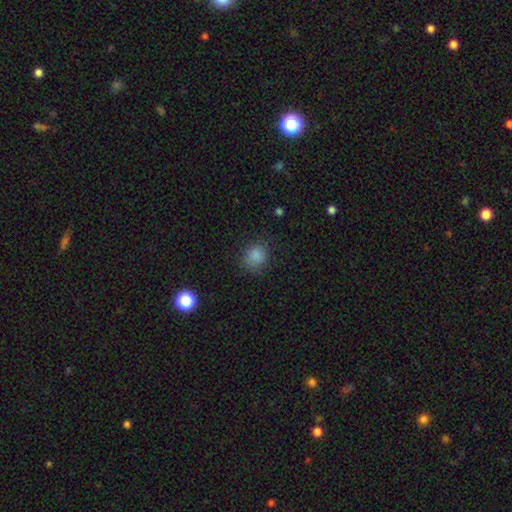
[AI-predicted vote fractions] A smooth galaxy with no disk features (84%) that is round (77%). Merging: none (76%).